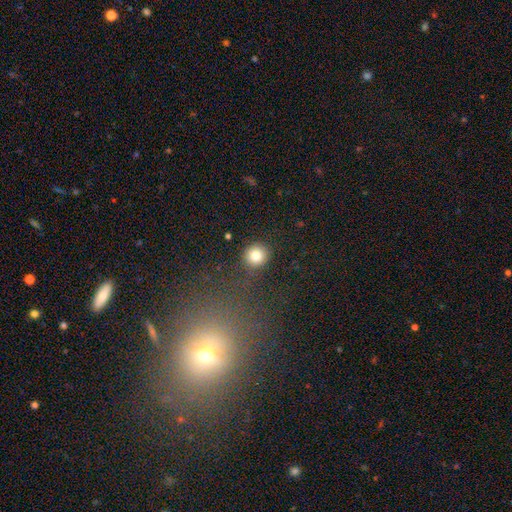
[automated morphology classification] Smooth or featured: smooth — 83% (star or artifact — 11%)
How rounded: round — 92% (in between — 7%)
Merging: none — 88% (minor disturbance — 7%)